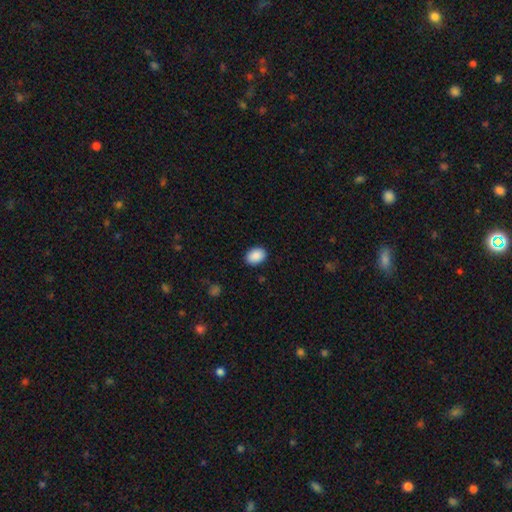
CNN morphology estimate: smooth_or_featured: smooth (p=0.90) [alt: star or artifact p=0.07]
how_rounded: in between (p=0.77) [alt: round p=0.22]
merging: none (p=0.89) [alt: minor disturbance p=0.08]